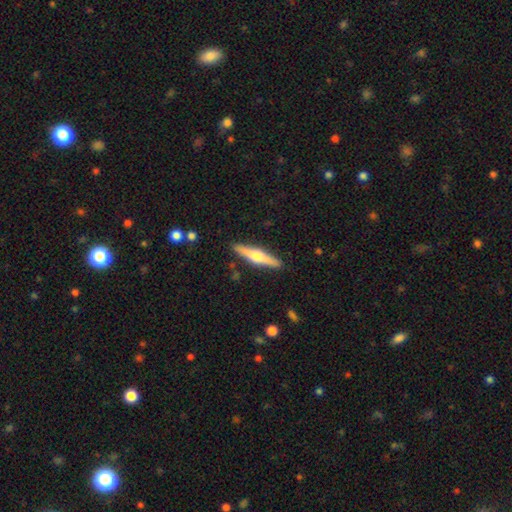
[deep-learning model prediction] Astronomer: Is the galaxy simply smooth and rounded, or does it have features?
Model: featured or disk — 62%.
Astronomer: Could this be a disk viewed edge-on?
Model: yes — 97%.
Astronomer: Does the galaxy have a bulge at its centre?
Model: rounded — 93%.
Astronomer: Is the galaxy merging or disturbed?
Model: none — 90%.